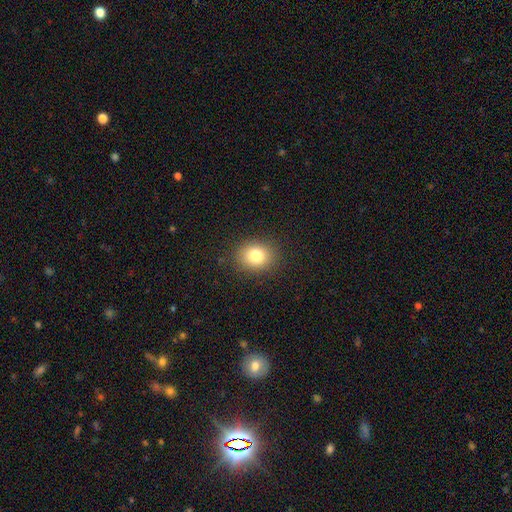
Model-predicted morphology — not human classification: Smooth or featured: smooth — 82% (star or artifact — 10%)
How rounded: round — 50% (in between — 49%)
Merging: none — 87% (minor disturbance — 9%)